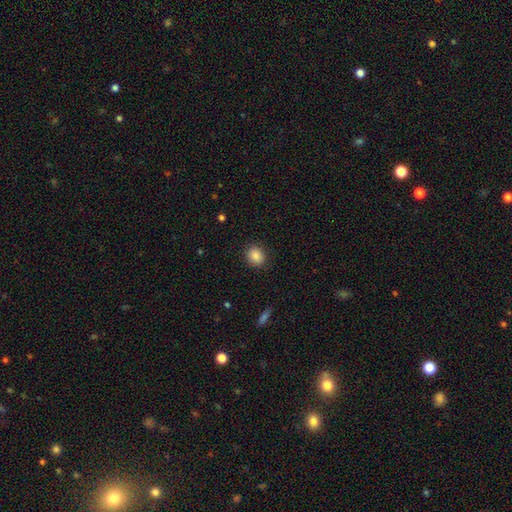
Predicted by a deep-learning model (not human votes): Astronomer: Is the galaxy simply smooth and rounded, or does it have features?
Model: smooth — 86%.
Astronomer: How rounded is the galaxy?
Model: round — 71%.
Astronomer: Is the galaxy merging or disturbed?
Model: none — 88%.